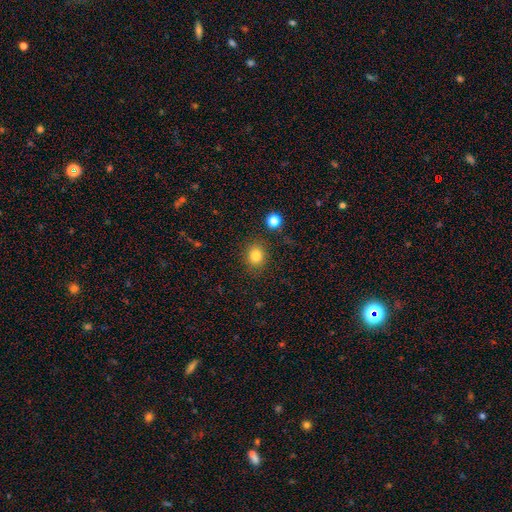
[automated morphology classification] Smooth or featured? smooth (82%)
How rounded? round (75%)
Merging? none (87%)